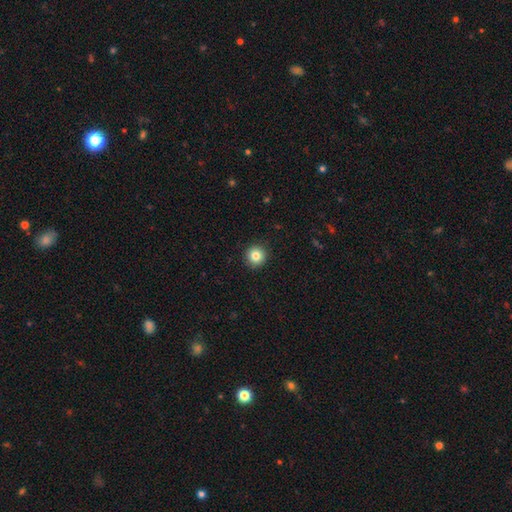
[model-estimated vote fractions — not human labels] Smooth or featured?
  - smooth: 83% *
  - star or artifact: 10%
  - featured or disk: 7%
How rounded?
  - round: 95% *
  - in between: 4%
  - cigar-shaped: 1%
Merging?
  - none: 92% *
  - minor disturbance: 5%
  - major disturbance: 2%
  - merger: 1%